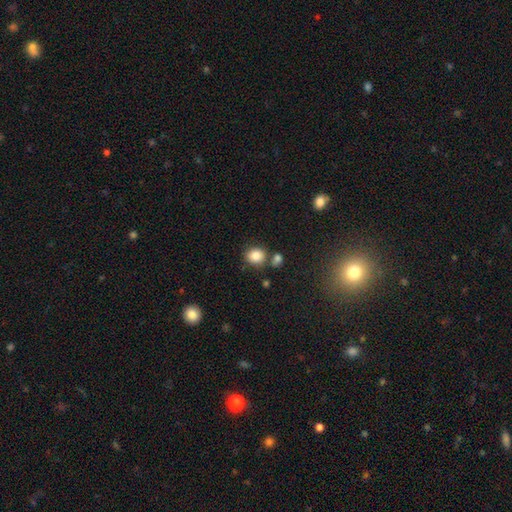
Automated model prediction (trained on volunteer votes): This appears to be a smooth galaxy with no disk features (84%) that is round (73%). Merging: none (68%).